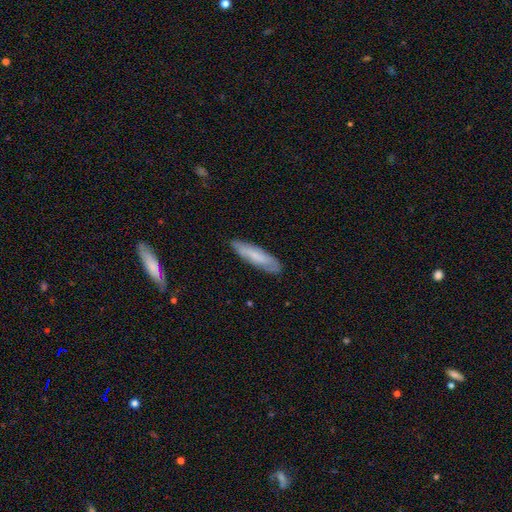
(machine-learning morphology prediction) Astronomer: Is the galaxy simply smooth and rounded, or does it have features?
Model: smooth — 61%.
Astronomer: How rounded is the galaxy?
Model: cigar-shaped — 70%.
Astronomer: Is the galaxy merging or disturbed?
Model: none — 82%.